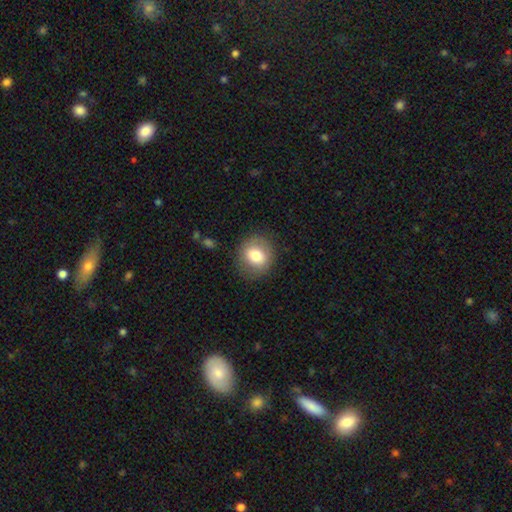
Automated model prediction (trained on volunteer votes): This appears to be a smooth galaxy with no disk features (75%) that is round (79%). Merging: none (84%).